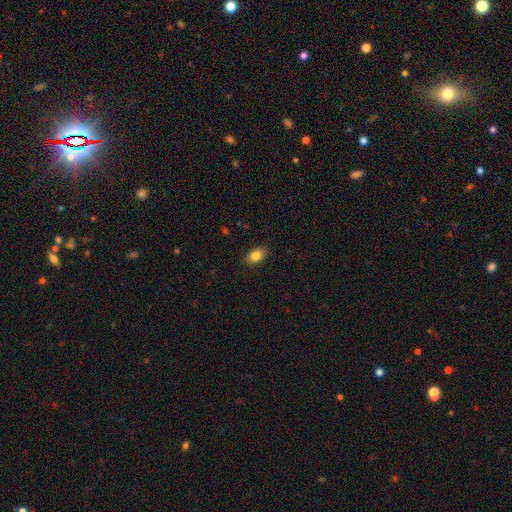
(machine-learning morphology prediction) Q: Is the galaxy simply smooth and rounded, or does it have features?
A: smooth — 85%.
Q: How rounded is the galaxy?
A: in between — 79%.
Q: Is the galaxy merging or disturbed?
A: none — 87%.